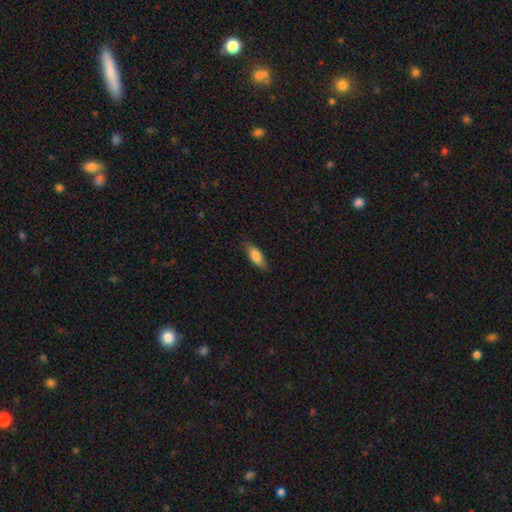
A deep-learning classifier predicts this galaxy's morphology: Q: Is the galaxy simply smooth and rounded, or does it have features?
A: smooth — 81%.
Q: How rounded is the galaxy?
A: in between — 74%.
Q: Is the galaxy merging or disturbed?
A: none — 81%.